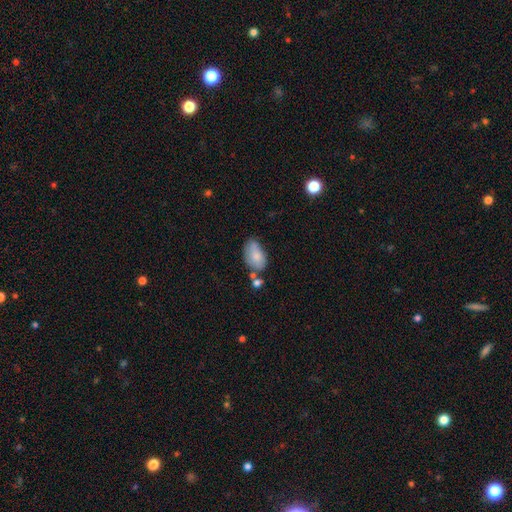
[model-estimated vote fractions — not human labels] Morphology: type=smooth (78%); roundness=in between (92%); merging=none (47%).